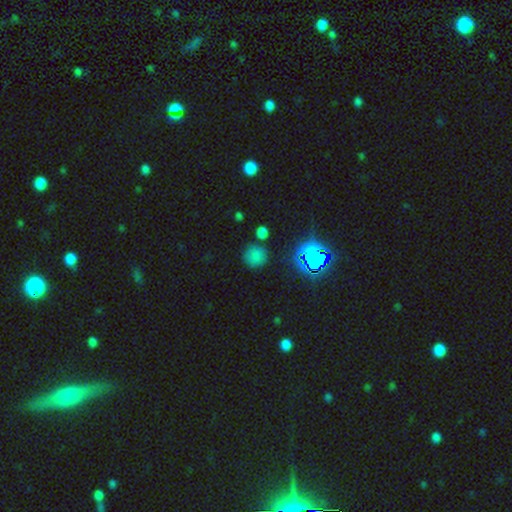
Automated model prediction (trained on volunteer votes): A smooth galaxy with no disk features (67%) that is round (88%). Merging: none (75%).